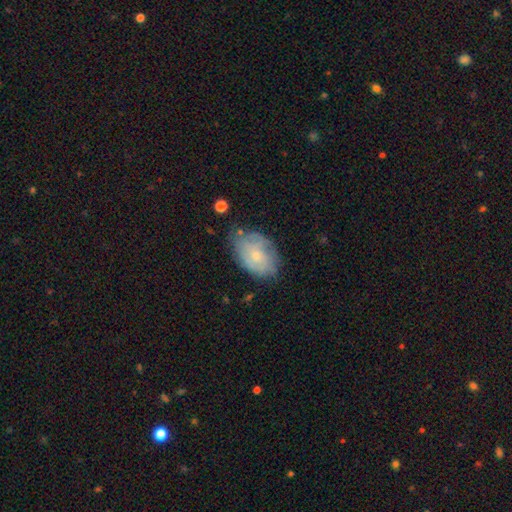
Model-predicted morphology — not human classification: Smooth or featured: featured or disk — 49% (smooth — 44%)
Merging: none — 62% (minor disturbance — 28%)